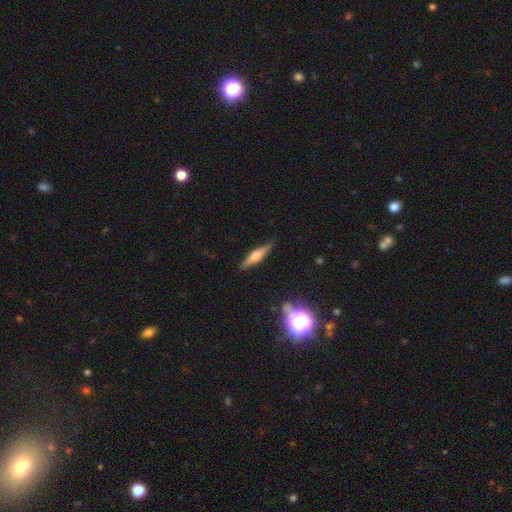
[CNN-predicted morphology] type=featured or disk (60%); edge-on=yes (96%); edge-on bulge=rounded (80%); merging=none (87%).